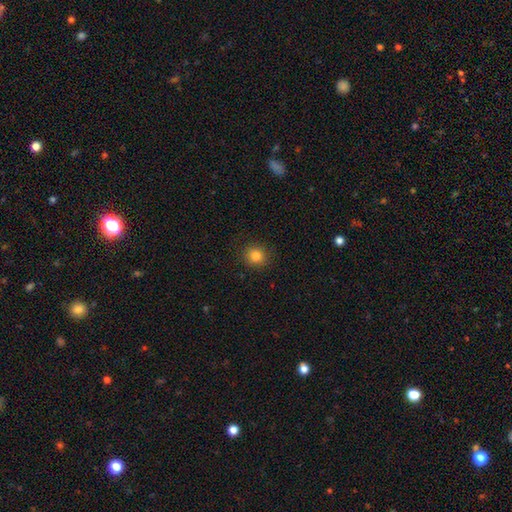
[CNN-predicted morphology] Smooth or featured? smooth (83%)
How rounded? round (88%)
Merging? none (91%)